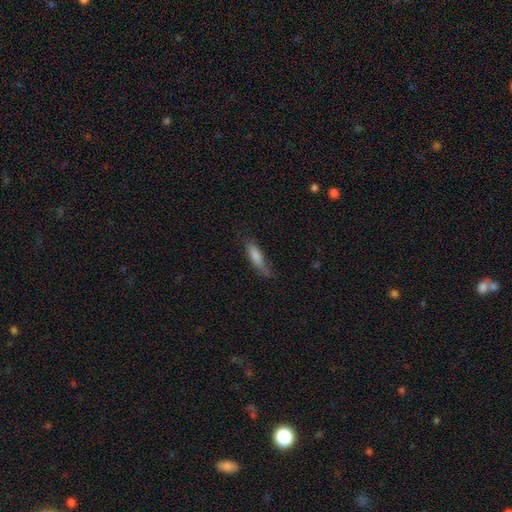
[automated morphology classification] Q: Smooth or featured?
A: smooth (76%); runner-up: featured or disk (16%)
Q: How rounded?
A: cigar-shaped (60%); runner-up: in between (38%)
Q: Merging?
A: none (62%); runner-up: minor disturbance (27%)